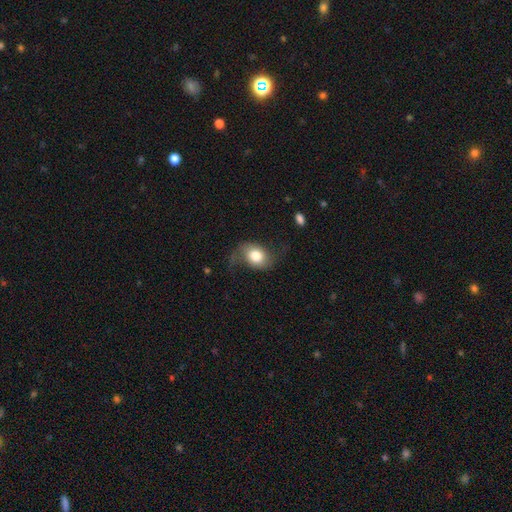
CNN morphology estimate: smooth_or_featured: smooth (p=0.50) [alt: featured or disk p=0.43]
merging: none (p=0.55) [alt: minor disturbance p=0.24]